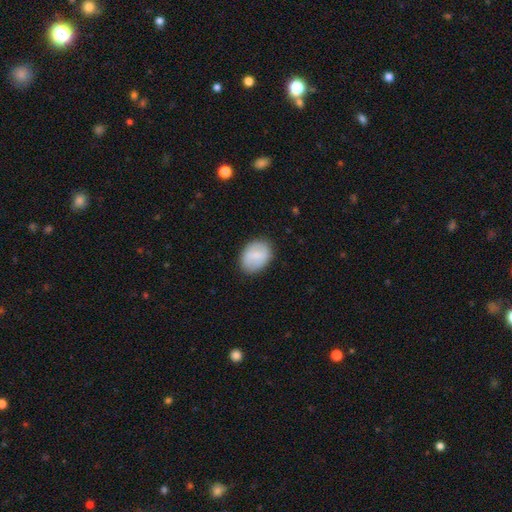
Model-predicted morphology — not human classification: This is likely a smooth galaxy (70%). How rounded: likely in between (69%). Merging: clearly none (82%).